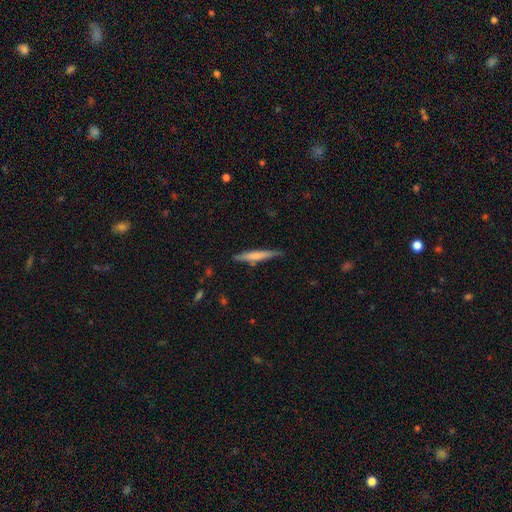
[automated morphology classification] This appears to be a smooth galaxy with no disk features (59%) that is cigar-shaped (93%). Merging: none (80%).